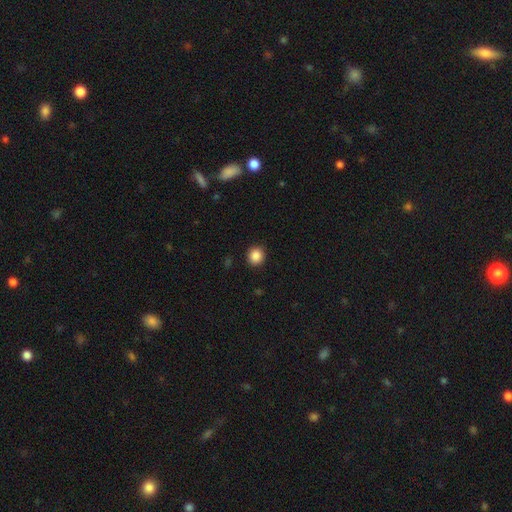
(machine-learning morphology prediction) Overall: smooth (87%). How rounded: round (86%). Merging: none (91%).